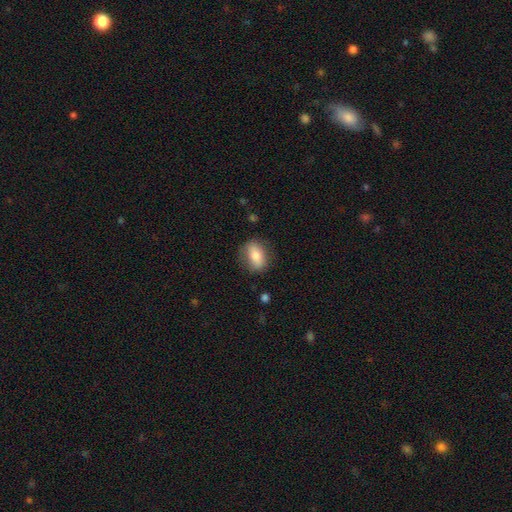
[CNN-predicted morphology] Overall: smooth (75%). How rounded: in between (75%). Merging: none (79%).